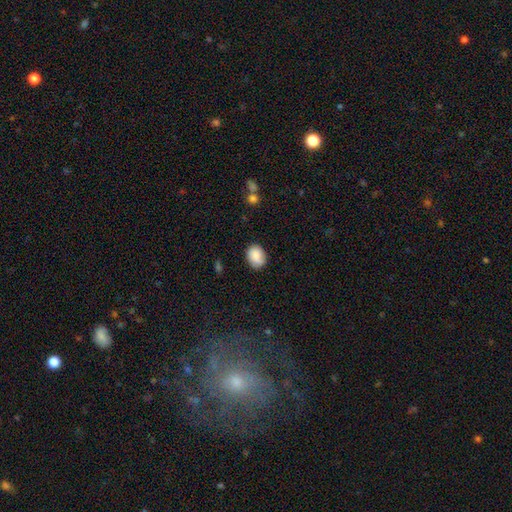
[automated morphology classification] Smooth or featured: smooth — 83% (featured or disk — 9%)
How rounded: in between — 56% (round — 43%)
Merging: none — 78% (minor disturbance — 17%)